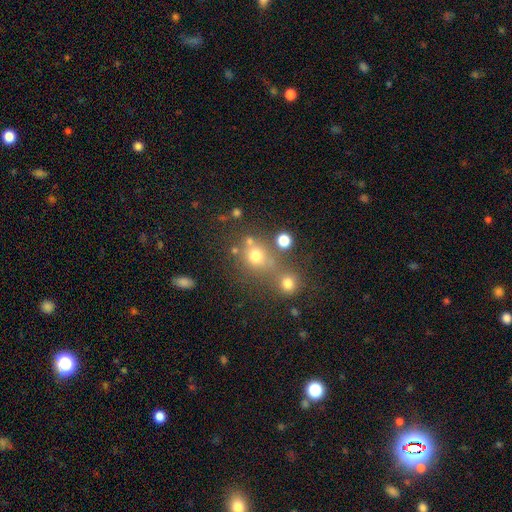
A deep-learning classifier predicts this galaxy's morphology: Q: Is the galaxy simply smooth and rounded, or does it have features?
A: smooth — 68%.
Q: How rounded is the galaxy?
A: round — 81%.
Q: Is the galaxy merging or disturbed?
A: none — 53%.